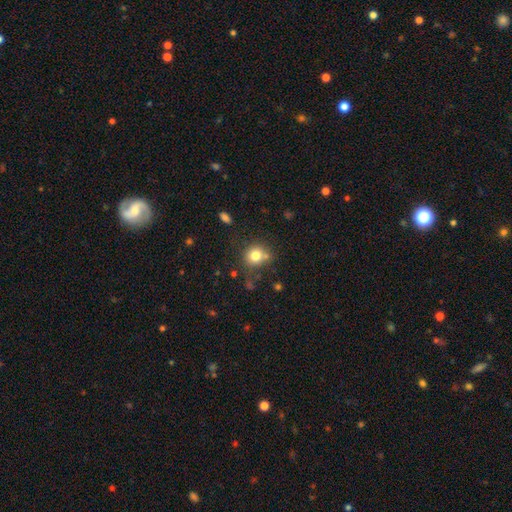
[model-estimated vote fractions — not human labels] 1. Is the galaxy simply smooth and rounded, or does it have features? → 79% smooth, 12% star or artifact, 9% featured or disk.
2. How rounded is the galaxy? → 82% round, 18% in between, 1% cigar-shaped.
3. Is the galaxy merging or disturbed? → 68% none, 15% minor disturbance, 12% merger, 5% major disturbance.